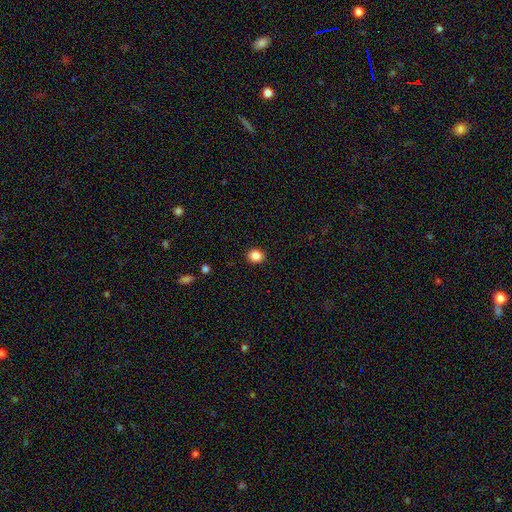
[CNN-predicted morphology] This is clearly a smooth galaxy (86%). How rounded: likely round (71%). Merging: clearly none (91%).